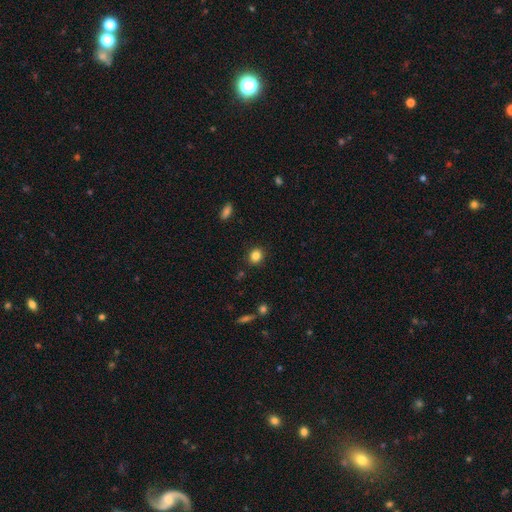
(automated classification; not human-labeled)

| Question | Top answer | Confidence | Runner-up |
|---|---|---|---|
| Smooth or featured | smooth | 84% | star or artifact (11%) |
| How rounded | round | 72% | in between (27%) |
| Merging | none | 89% | minor disturbance (7%) |